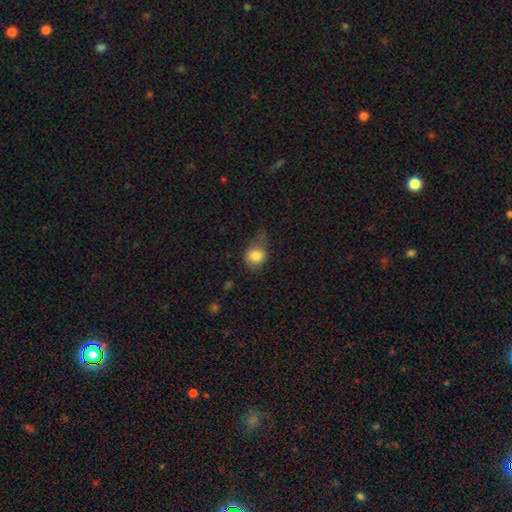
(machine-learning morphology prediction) The model was most divided on "merging": none: 39%, minor disturbance: 36%, major disturbance: 22%, merger: 3%. More confident: smooth or featured — smooth (82%); how rounded — round (64%).